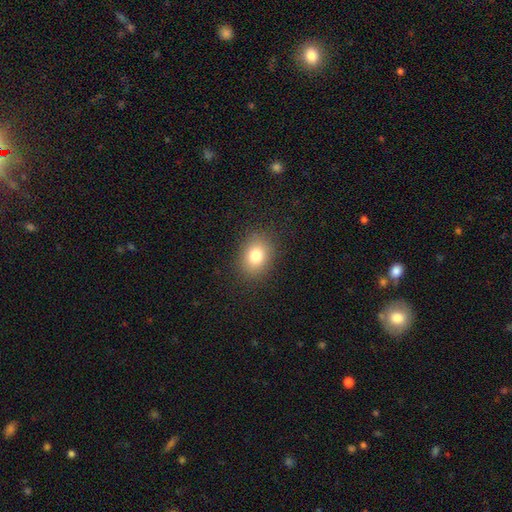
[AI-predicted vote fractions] smooth_or_featured: smooth (p=0.80) [alt: star or artifact p=0.11]
how_rounded: in between (p=0.56) [alt: round p=0.43]
merging: none (p=0.87) [alt: minor disturbance p=0.09]